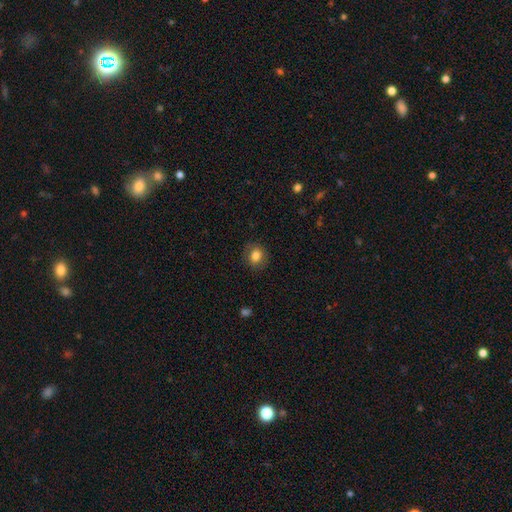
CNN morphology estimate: type=smooth (81%); roundness=round (67%); merging=none (85%).